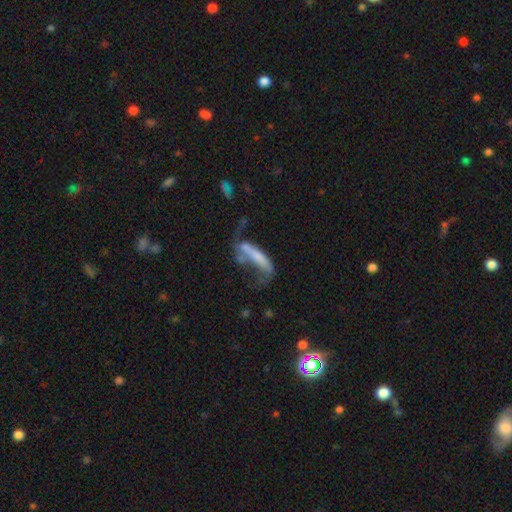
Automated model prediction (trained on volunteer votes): This appears to be a smooth galaxy with no disk features (48%). Merging: major disturbance (40%).